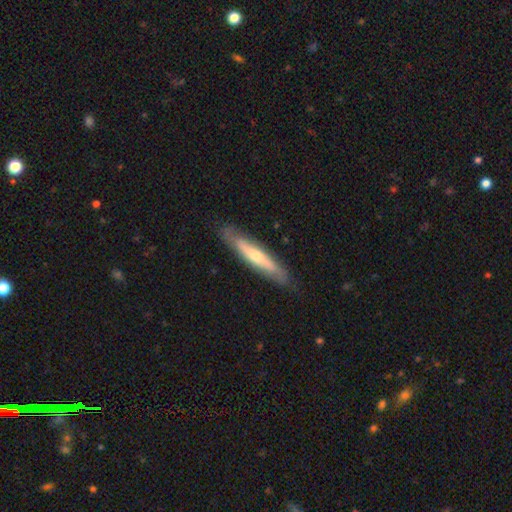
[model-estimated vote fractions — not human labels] Q: Smooth or featured?
A: featured or disk (59%); runner-up: smooth (34%)
Q: Edge-on disk?
A: yes (77%); runner-up: no (23%)
Q: Merging?
A: none (86%); runner-up: minor disturbance (11%)